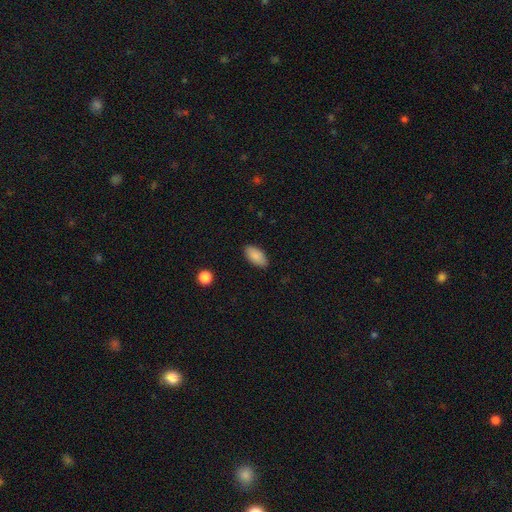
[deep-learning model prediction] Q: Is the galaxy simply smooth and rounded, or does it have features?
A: smooth — 88%.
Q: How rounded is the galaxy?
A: in between — 94%.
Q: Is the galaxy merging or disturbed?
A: none — 87%.